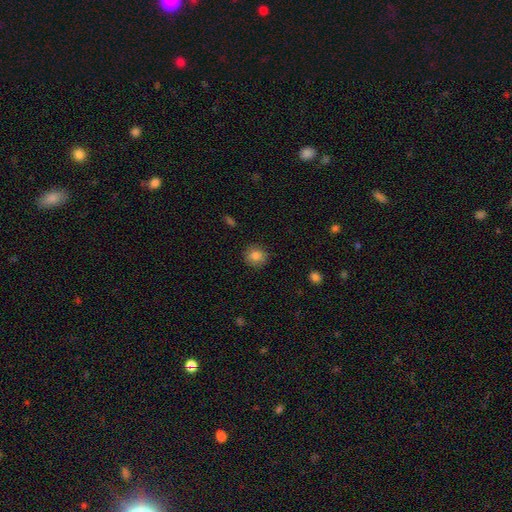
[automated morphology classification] The model was most divided on "smooth or featured": smooth: 84%, star or artifact: 10%, featured or disk: 6%. More confident: merging — none (88%); how rounded — round (87%).